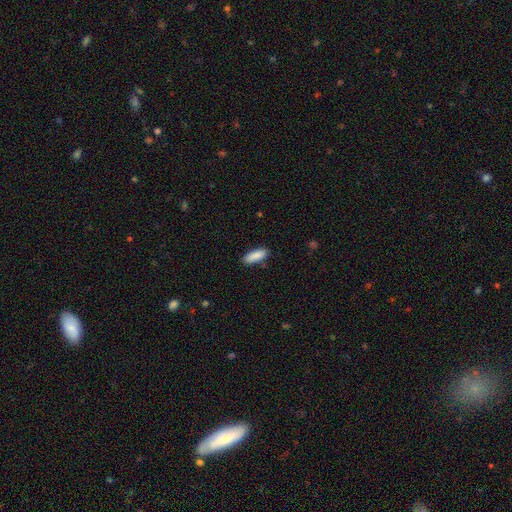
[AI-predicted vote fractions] The model was most divided on "how rounded": in between: 64%, cigar-shaped: 35%, round: 2%. More confident: smooth or featured — smooth (89%); merging — none (85%).